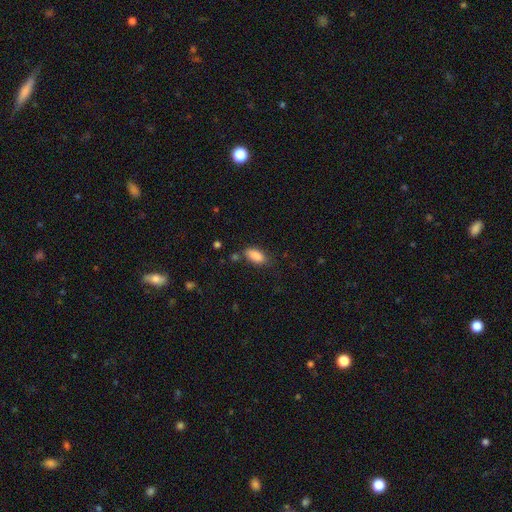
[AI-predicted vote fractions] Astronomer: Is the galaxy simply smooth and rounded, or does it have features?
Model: smooth — 87%.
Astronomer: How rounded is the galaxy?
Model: in between — 89%.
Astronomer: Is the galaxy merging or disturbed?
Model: none — 74%.